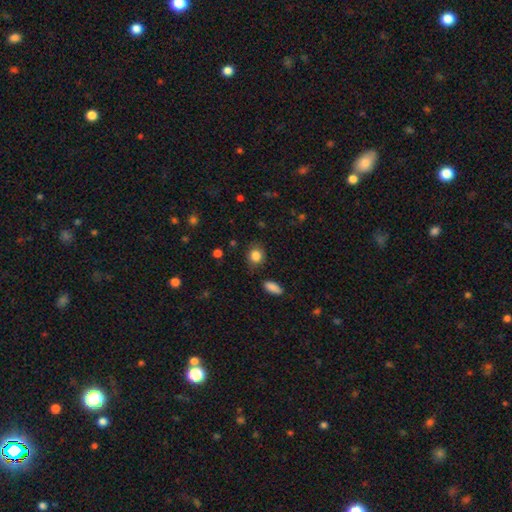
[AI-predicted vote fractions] A smooth galaxy with no disk features (85%) that is round (67%).

Vote fractions:
- Smooth or featured? smooth: 85% / star or artifact: 10% / featured or disk: 6%
- How rounded? round: 67% / in between: 32% / cigar-shaped: 1%
- Merging? none: 80% / minor disturbance: 14% / major disturbance: 4% / merger: 2%